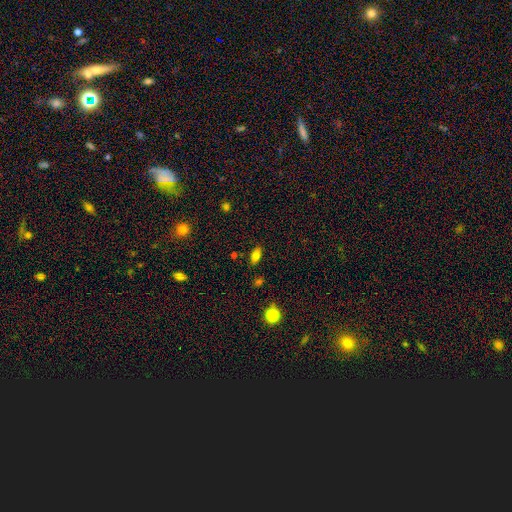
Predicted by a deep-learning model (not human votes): Smooth or featured? smooth (79%)
How rounded? in between (86%)
Merging? none (84%)